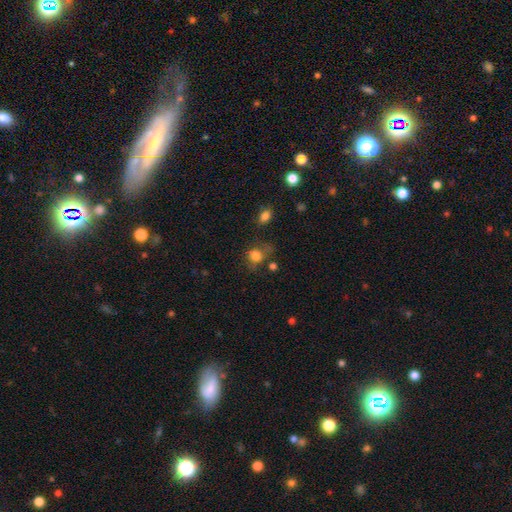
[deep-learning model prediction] Smooth or featured? Predicted: smooth (p=0.77). How rounded? Predicted: round (p=0.68). Merging? Predicted: none (p=0.45).